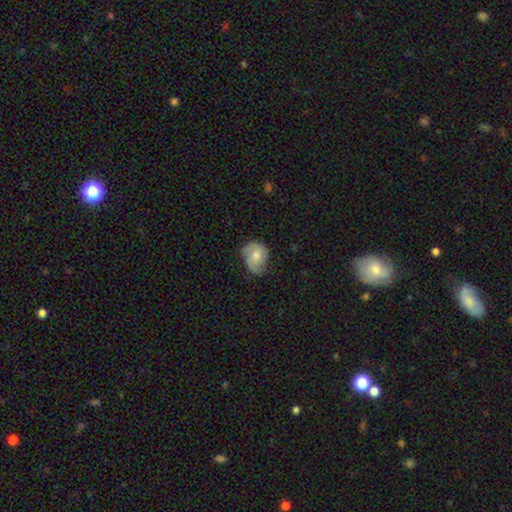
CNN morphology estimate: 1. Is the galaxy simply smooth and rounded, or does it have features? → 59% smooth, 34% featured or disk, 7% star or artifact.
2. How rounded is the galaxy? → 53% round, 46% in between, 1% cigar-shaped.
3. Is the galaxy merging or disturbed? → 44% none, 38% minor disturbance, 16% major disturbance, 2% merger.